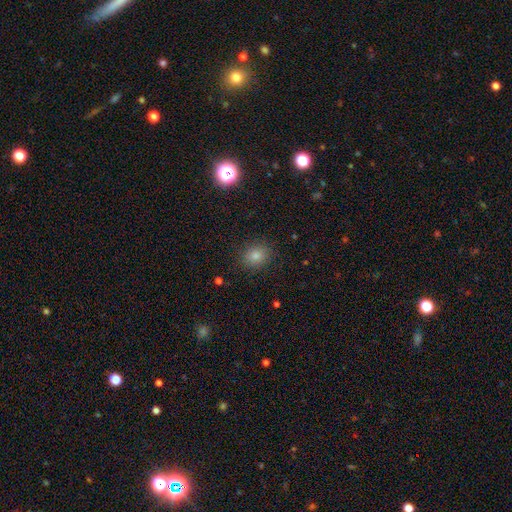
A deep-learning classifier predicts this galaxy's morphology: Smooth or featured? Predicted: smooth (p=0.77). How rounded? Predicted: round (p=0.66). Merging? Predicted: none (p=0.89).